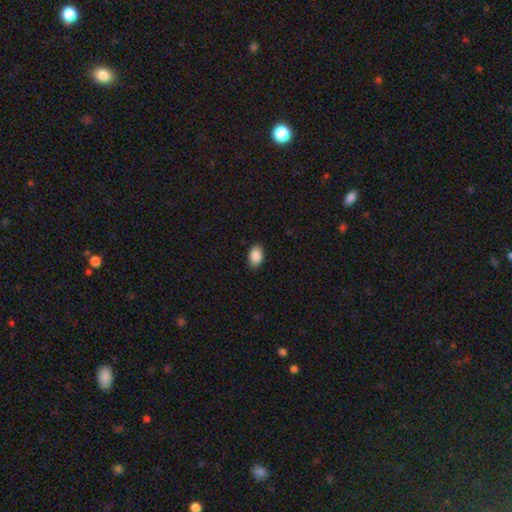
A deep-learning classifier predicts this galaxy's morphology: type=smooth (89%); roundness=in between (89%); merging=none (88%).